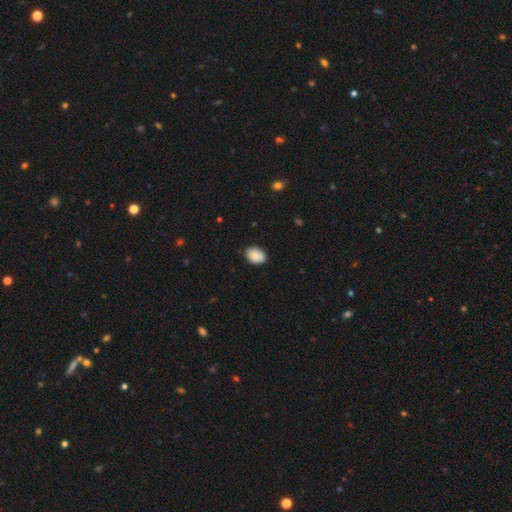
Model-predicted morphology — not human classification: Smooth or featured? Predicted: smooth (p=0.88). How rounded? Predicted: in between (p=0.80). Merging? Predicted: none (p=0.82).